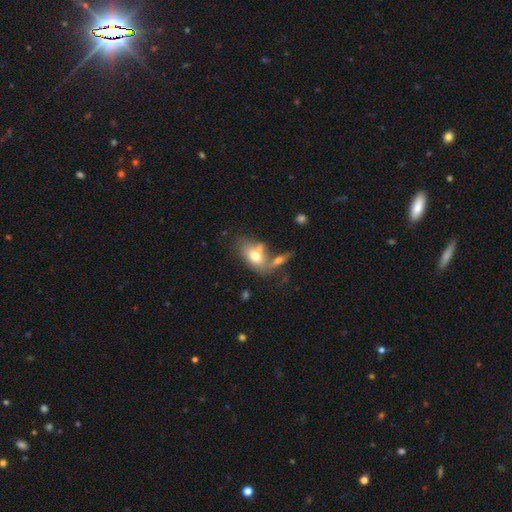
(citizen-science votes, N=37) Smooth or featured? 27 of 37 (73%) said smooth. How rounded? 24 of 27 (89%) said in between. Merging? 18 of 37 (49%) said none.